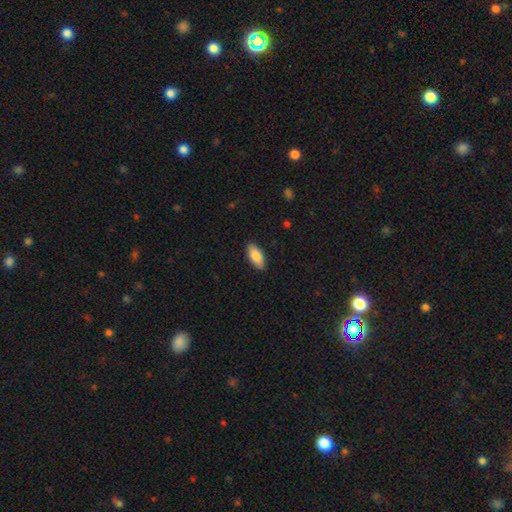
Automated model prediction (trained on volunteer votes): smooth_or_featured: smooth (p=0.85) [alt: featured or disk p=0.09]
how_rounded: in between (p=0.87) [alt: cigar-shaped p=0.11]
merging: none (p=0.89) [alt: minor disturbance p=0.08]